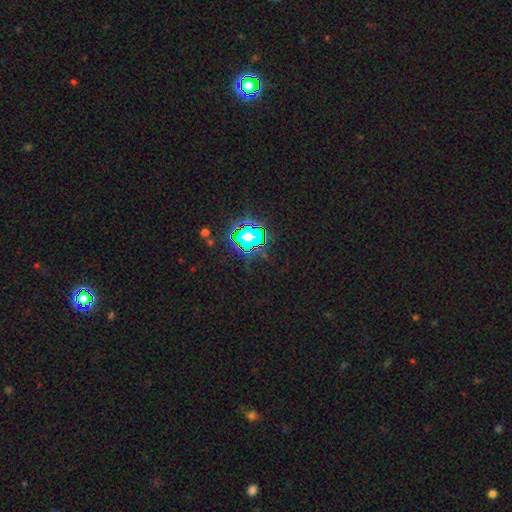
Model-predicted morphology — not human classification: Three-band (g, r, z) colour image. It shows a star or artifact, not a galaxy (81%).